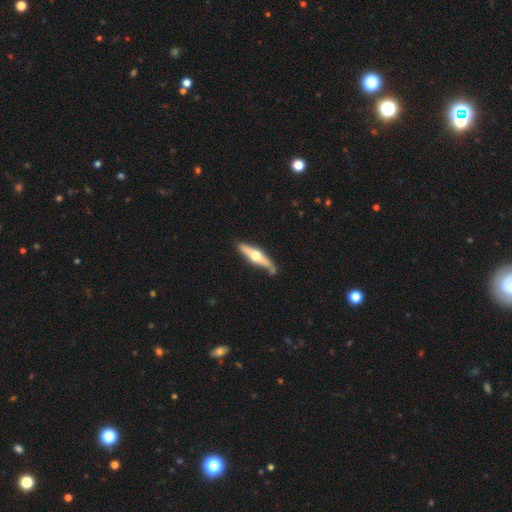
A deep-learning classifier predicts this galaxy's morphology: Smooth or featured? featured or disk (65%)
Edge-on disk? yes (94%)
Edge-on bulge? rounded (94%)
Merging? none (76%)